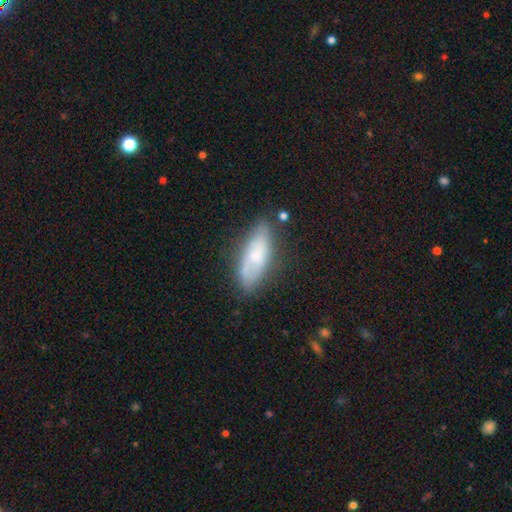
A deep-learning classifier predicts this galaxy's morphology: Smooth or featured?
  - smooth: 56% *
  - featured or disk: 37%
  - star or artifact: 8%
How rounded?
  - in between: 70% *
  - cigar-shaped: 28%
  - round: 2%
Merging?
  - none: 65% *
  - minor disturbance: 24%
  - major disturbance: 7%
  - merger: 4%